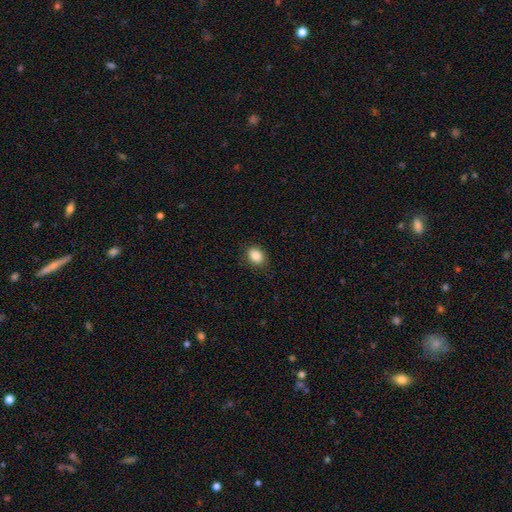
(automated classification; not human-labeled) smooth-or-featured: smooth: 86% | star or artifact: 9% | featured or disk: 5%
  how-rounded: in between: 65% | round: 34% | cigar-shaped: 1%
  merging: none: 85% | minor disturbance: 11% | major disturbance: 3% | merger: 1%